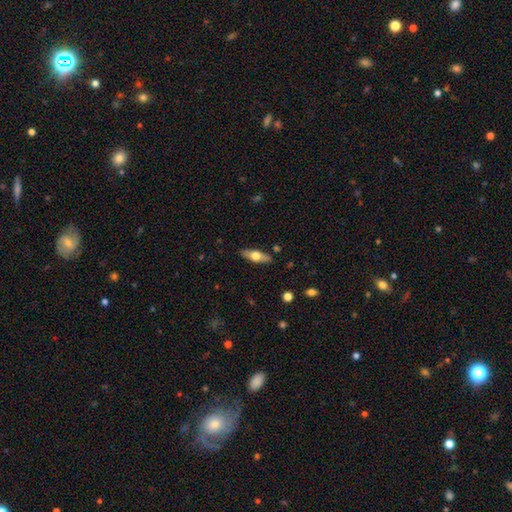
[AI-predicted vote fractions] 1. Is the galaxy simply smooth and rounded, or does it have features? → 48% smooth, 46% featured or disk, 6% star or artifact.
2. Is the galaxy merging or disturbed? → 87% none, 9% minor disturbance, 2% major disturbance, 1% merger.